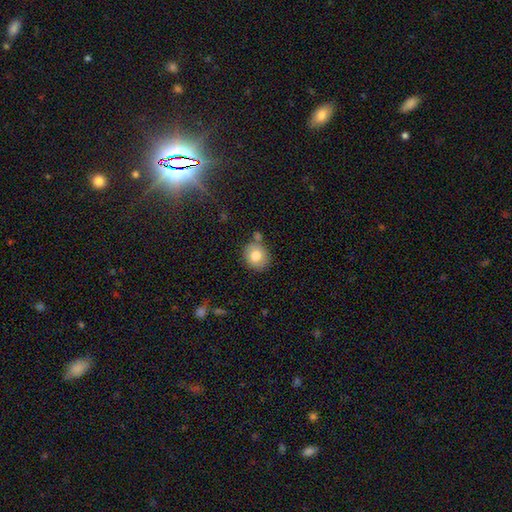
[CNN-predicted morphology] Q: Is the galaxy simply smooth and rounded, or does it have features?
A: smooth — 78%.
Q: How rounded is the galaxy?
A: round — 80%.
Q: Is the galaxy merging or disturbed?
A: none — 72%.